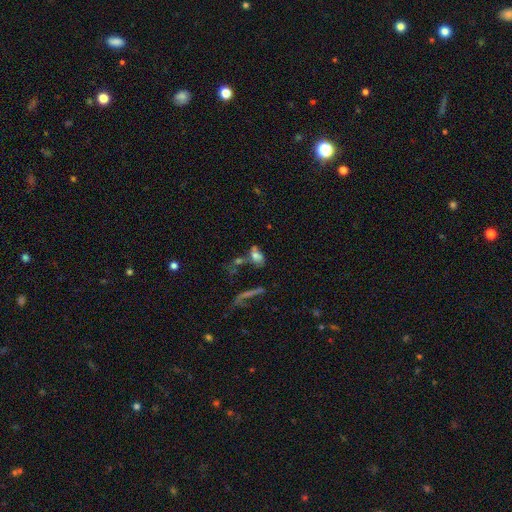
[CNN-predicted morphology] Smooth or featured? Predicted: smooth (p=0.57). How rounded? Predicted: in between (p=0.78). Merging? Predicted: merger (p=0.40).